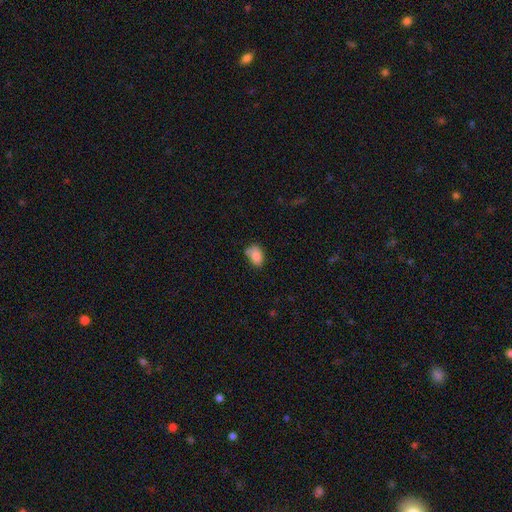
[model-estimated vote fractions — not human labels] This is clearly a smooth galaxy (83%). How rounded: clearly in between (82%). Merging: possibly none (51%).